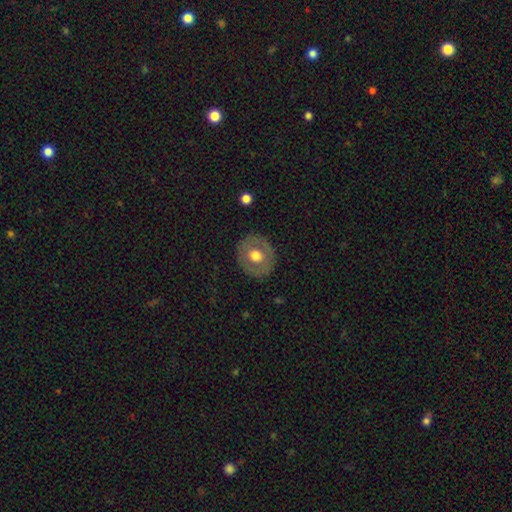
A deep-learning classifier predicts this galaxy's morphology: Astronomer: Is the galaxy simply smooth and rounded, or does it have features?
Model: smooth — 52% (runner-up: featured or disk, 41%).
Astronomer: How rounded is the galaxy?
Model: round — 78%.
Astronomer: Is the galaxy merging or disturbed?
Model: none — 85%.